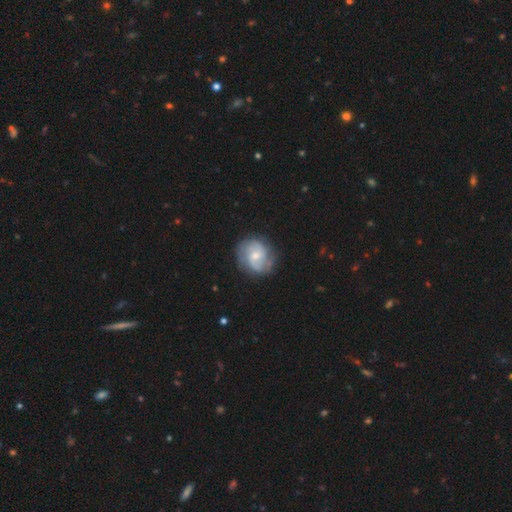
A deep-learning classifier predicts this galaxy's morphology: smooth-or-featured: featured or disk: 74% | smooth: 20% | star or artifact: 6%
  disk-edge-on: no: 98% | yes: 2%
    bar: no: 47% | weak: 45% | strong: 8%
    has-spiral-arms: yes: 92% | no: 8%
      spiral-winding: medium: 47% | tight: 31% | loose: 22%
      spiral-arm-count: 2: 71% | can't tell: 14% | 3: 7% | 1: 3% | 4: 2% | more than 4: 2%
    bulge-size: moderate: 49% | small: 45% | large: 3% | none: 2% | dominant: 1%
  merging: none: 74% | minor disturbance: 18% | major disturbance: 7% | merger: 2%